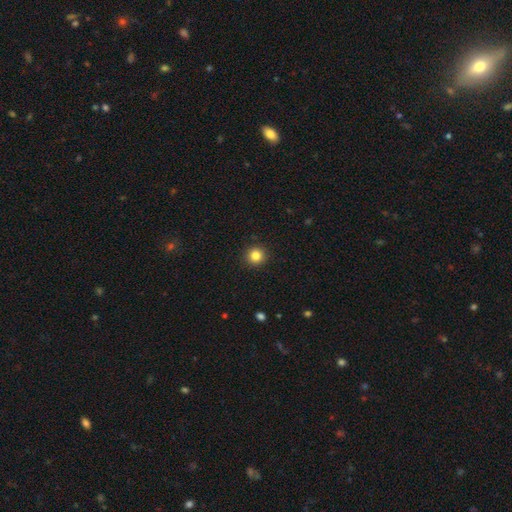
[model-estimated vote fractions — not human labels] Smooth or featured? smooth (83%)
How rounded? round (94%)
Merging? none (93%)